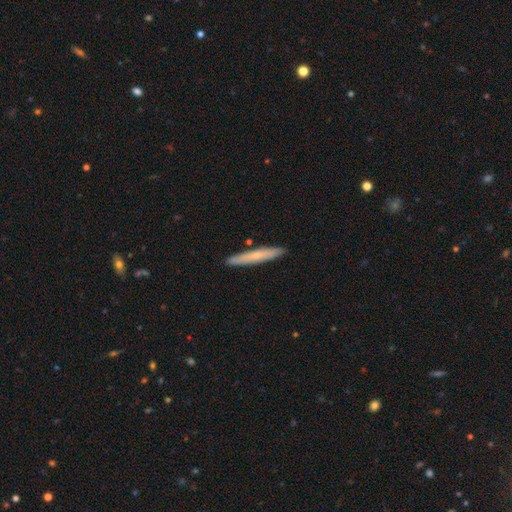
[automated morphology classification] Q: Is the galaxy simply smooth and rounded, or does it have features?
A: smooth — 59%.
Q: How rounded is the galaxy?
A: cigar-shaped — 95%.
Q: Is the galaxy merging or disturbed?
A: none — 91%.